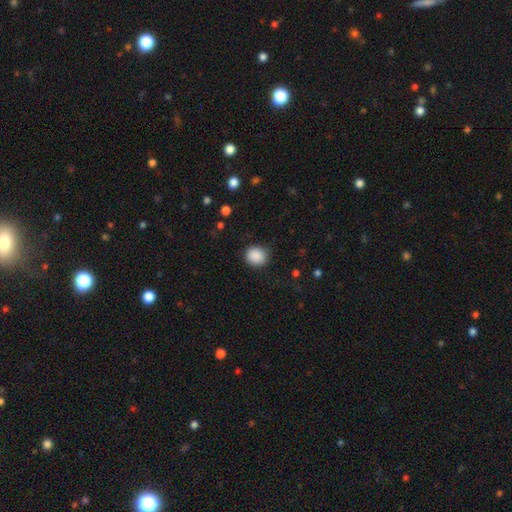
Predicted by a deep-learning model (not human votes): Smooth or featured? smooth (89%)
How rounded? round (73%)
Merging? none (85%)